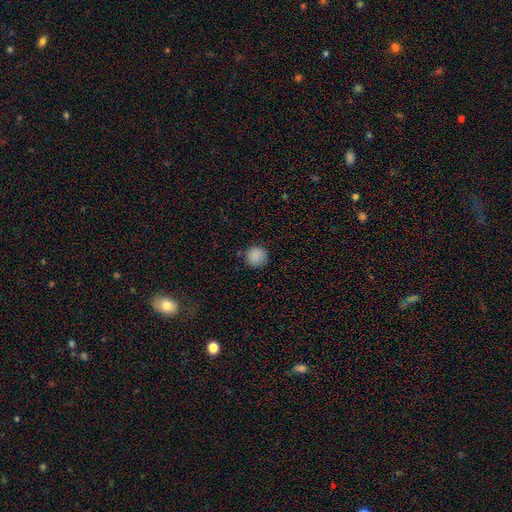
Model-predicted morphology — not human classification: Smooth or featured?
  - smooth: 87% *
  - star or artifact: 9%
  - featured or disk: 3%
How rounded?
  - round: 93% *
  - in between: 6%
  - cigar-shaped: 1%
Merging?
  - none: 86% *
  - minor disturbance: 10%
  - major disturbance: 2%
  - merger: 2%